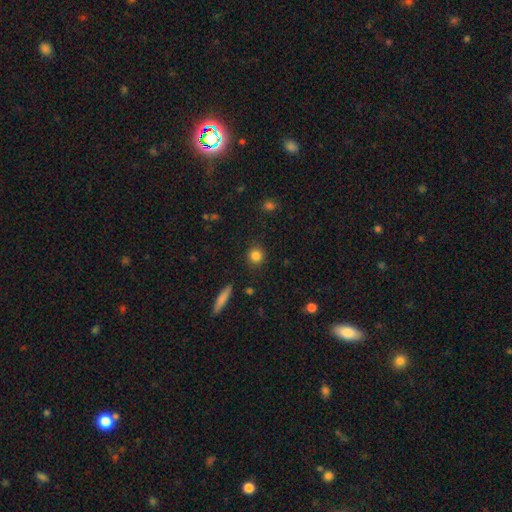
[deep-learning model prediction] Smooth or featured?
  - smooth: 84% *
  - star or artifact: 10%
  - featured or disk: 6%
How rounded?
  - round: 89% *
  - in between: 9%
  - cigar-shaped: 2%
Merging?
  - none: 89% *
  - minor disturbance: 7%
  - major disturbance: 2%
  - merger: 2%